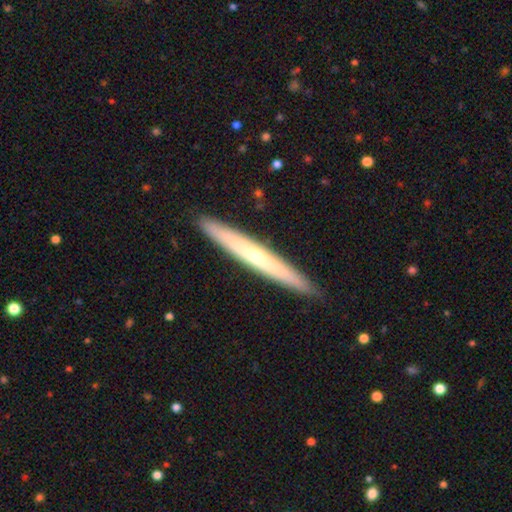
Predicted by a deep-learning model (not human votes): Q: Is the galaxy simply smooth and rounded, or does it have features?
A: featured or disk — 49%.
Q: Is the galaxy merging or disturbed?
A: none — 91%.